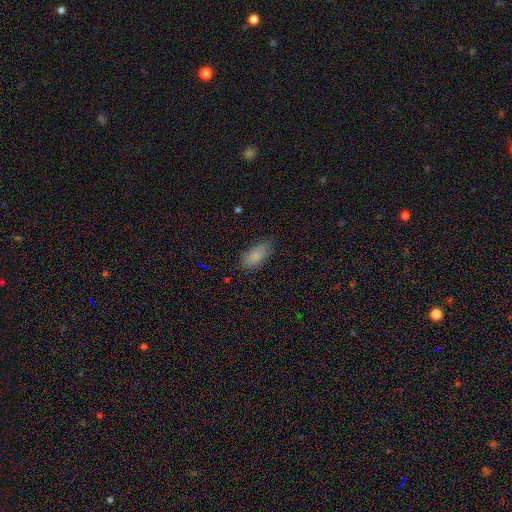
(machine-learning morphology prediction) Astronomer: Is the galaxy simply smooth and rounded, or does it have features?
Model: smooth — 84%.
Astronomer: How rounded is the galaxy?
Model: in between — 87%.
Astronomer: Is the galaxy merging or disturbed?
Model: none — 77%.